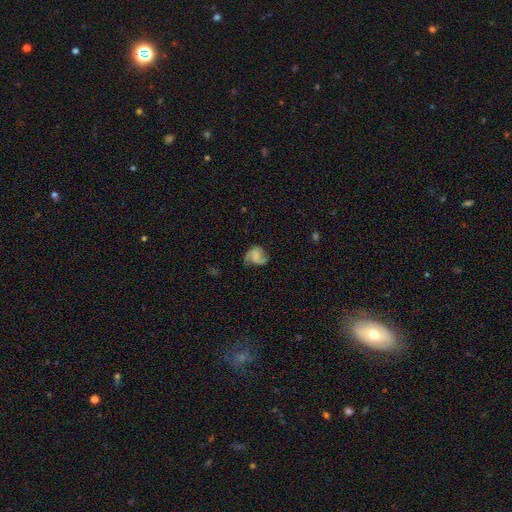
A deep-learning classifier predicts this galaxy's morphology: A featured or disk galaxy (64%) with no bar (49%), 2 (77%) loose (43%) spiral arms (90%) and no central bulge (64%).

Vote fractions:
- Smooth or featured? featured or disk: 64% / smooth: 27% / star or artifact: 10%
- Edge-on disk? no: 98% / yes: 2%
- Bar? no: 49% / weak: 36% / strong: 15%
- Spiral arms? yes: 90% / no: 10%
- Spiral winding? loose: 43% / medium: 41% / tight: 16%
- Spiral arm count? 2: 77% / 1: 10% / can't tell: 6% / 3: 4% / 4: 1% / more than 4: 1%
- Bulge size? none: 64% / small: 18% / moderate: 10% / large: 5% / dominant: 2%
- Merging? none: 56% / minor disturbance: 23% / major disturbance: 18% / merger: 2%